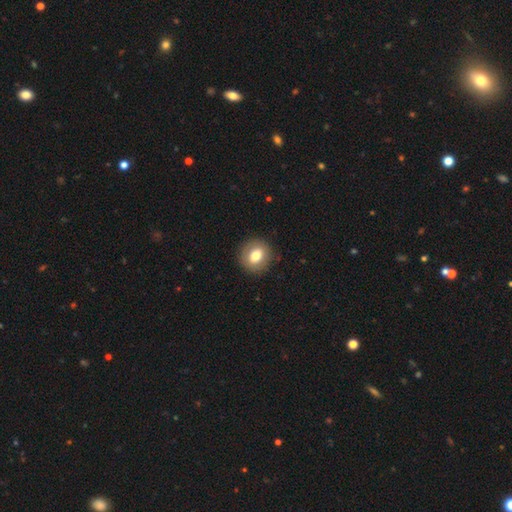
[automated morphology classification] The model was most divided on "smooth or featured": smooth: 74%, featured or disk: 17%, star or artifact: 9%. More confident: merging — none (89%); how rounded — round (80%).